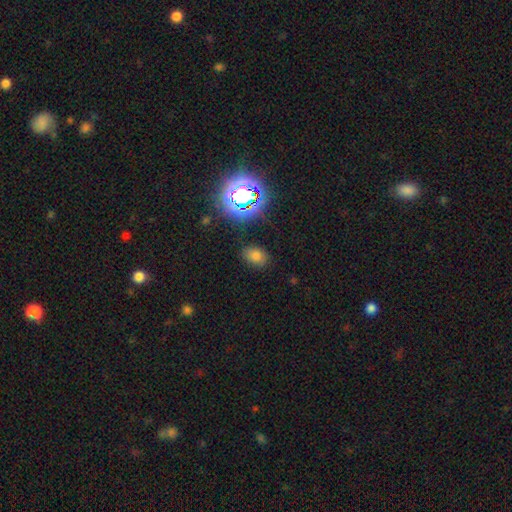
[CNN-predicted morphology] smooth 68%, star or artifact 23%, featured or disk 9%. Down the decision tree: how rounded — in between (76%); merging — none (82%).